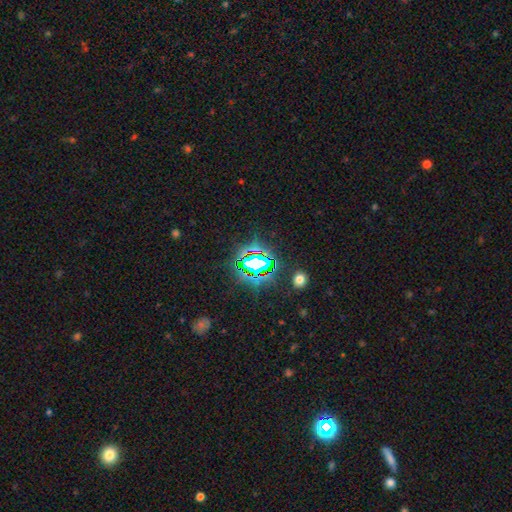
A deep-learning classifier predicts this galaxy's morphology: This appears to be a star or artifact, not a galaxy (74%).